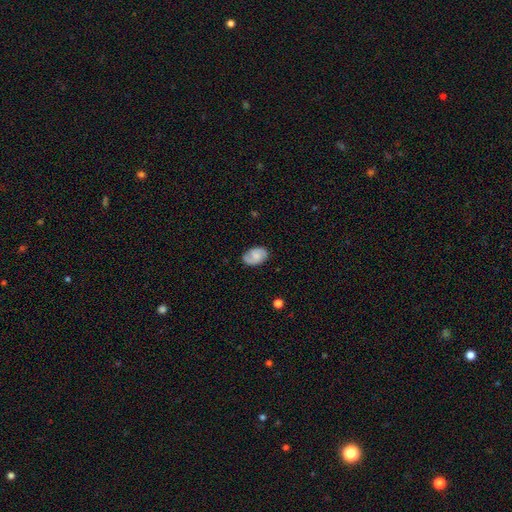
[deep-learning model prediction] Overall: featured or disk (50%; smooth 42%). Edge-on disk: no (97%). Merging: none (78%).